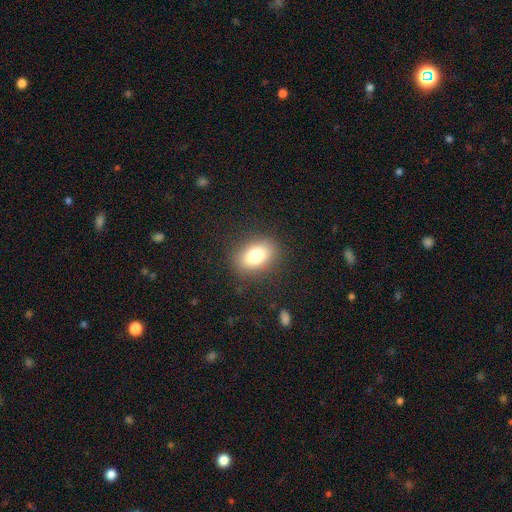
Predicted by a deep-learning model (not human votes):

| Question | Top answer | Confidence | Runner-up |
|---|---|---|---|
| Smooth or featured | smooth | 80% | featured or disk (11%) |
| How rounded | in between | 78% | round (21%) |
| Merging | none | 85% | minor disturbance (10%) |